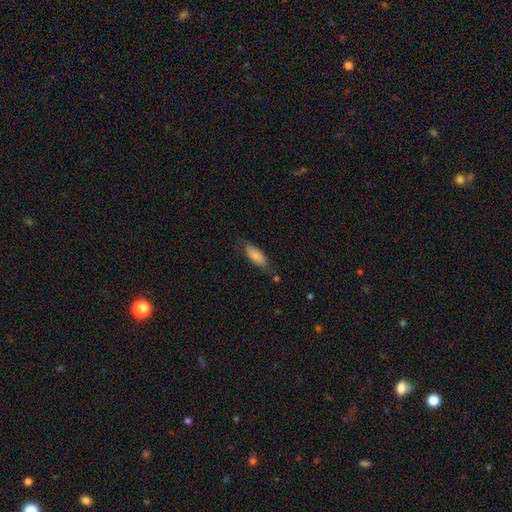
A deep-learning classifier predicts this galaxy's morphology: The model was most divided on "merging": none: 64%, minor disturbance: 25%, major disturbance: 7%, merger: 4%. More confident: smooth or featured — smooth (82%); how rounded — in between (71%).